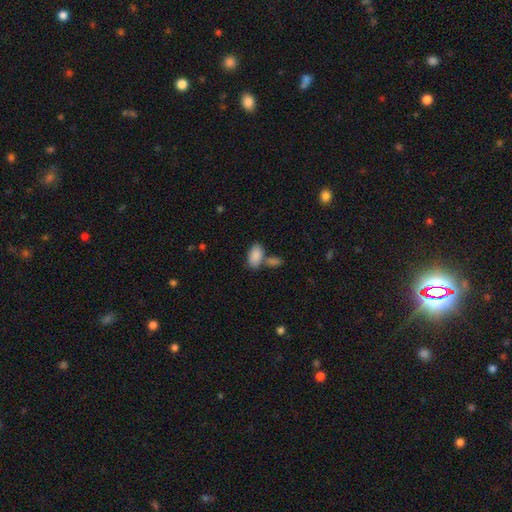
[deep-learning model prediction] smooth_or_featured: smooth (p=0.87) [alt: star or artifact p=0.07]
how_rounded: in between (p=0.94) [alt: round p=0.04]
merging: none (p=0.55) [alt: merger p=0.28]